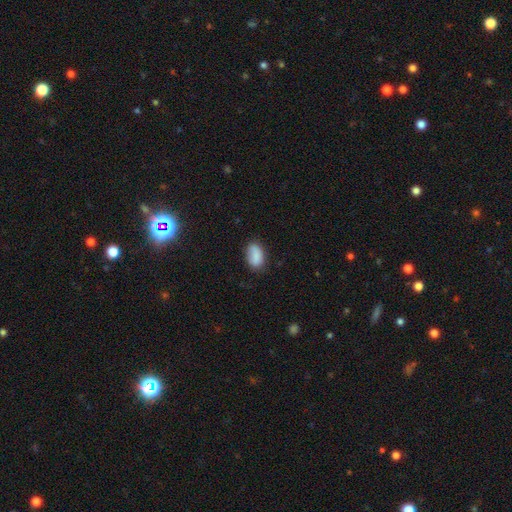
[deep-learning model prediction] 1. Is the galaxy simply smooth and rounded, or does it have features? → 86% smooth, 8% star or artifact, 7% featured or disk.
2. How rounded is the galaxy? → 90% in between, 8% round, 2% cigar-shaped.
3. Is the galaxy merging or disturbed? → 73% none, 21% minor disturbance, 5% major disturbance, 2% merger.